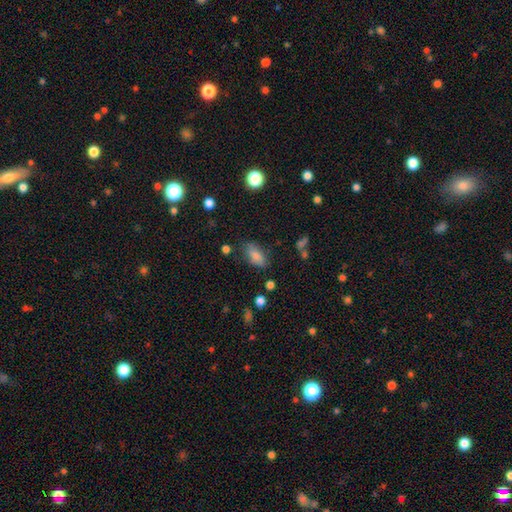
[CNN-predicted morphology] A smooth galaxy with no disk features (80%) that is in between round and cigar-shaped (85%). Merging: none (75%).